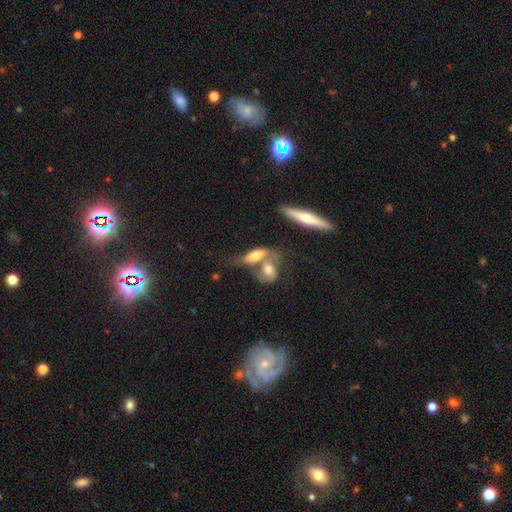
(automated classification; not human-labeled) This is possibly a smooth galaxy (55%). How rounded: likely in between (64%). Merging: possibly merger (59%).